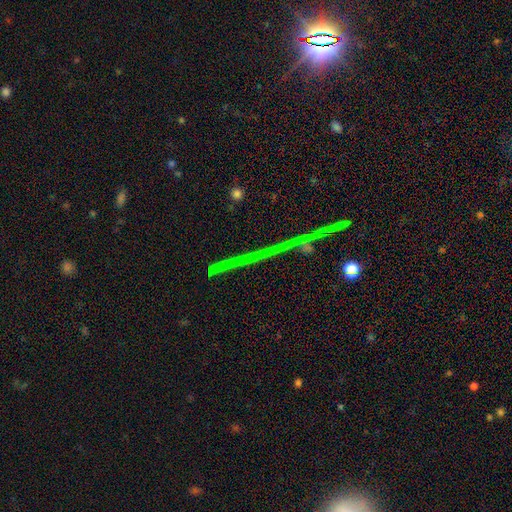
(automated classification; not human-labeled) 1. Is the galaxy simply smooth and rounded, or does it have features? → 57% star or artifact, 28% featured or disk, 14% smooth.